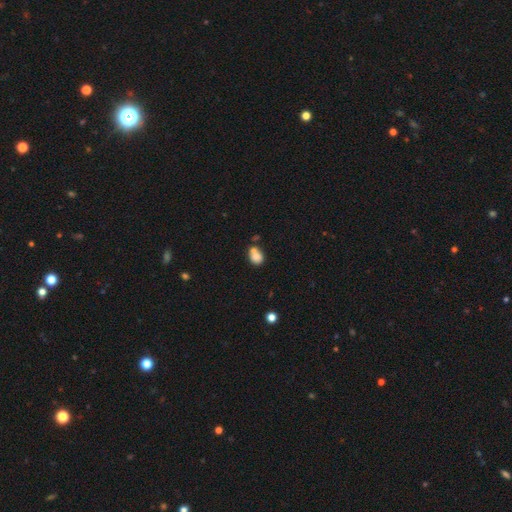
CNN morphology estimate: smooth 79%, featured or disk 11%, star or artifact 10%. Down the decision tree: how rounded — round (51%); merging — none (40%).